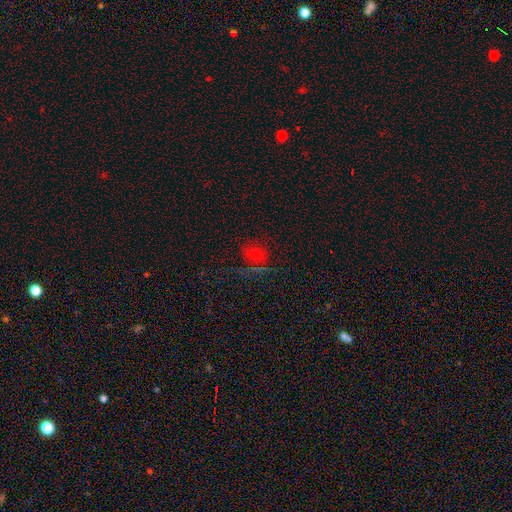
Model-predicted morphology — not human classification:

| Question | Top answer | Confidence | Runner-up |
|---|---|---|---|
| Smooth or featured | smooth | 47% | star or artifact (42%) |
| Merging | none | 67% | minor disturbance (18%) |